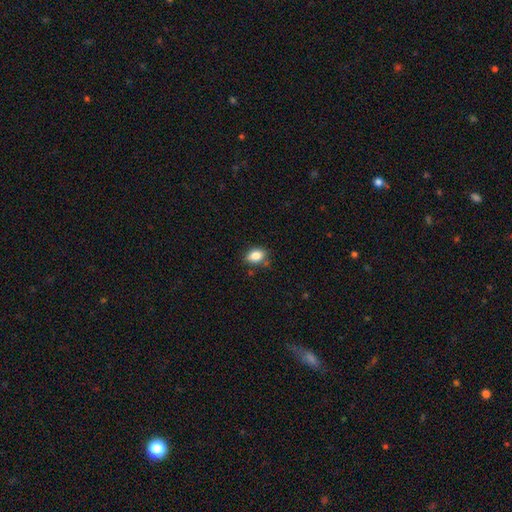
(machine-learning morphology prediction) smooth 84%, star or artifact 9%, featured or disk 7%. Down the decision tree: how rounded — in between (75%); merging — none (78%).